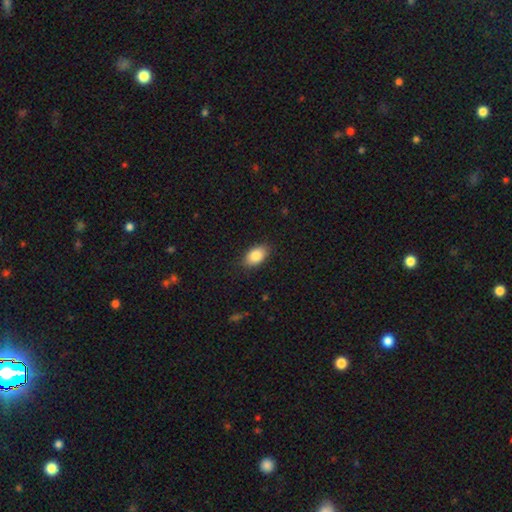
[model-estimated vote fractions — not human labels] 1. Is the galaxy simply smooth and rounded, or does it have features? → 85% smooth, 8% featured or disk, 7% star or artifact.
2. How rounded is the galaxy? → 91% in between, 8% round, 2% cigar-shaped.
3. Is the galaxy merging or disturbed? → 87% none, 10% minor disturbance, 2% major disturbance, 1% merger.